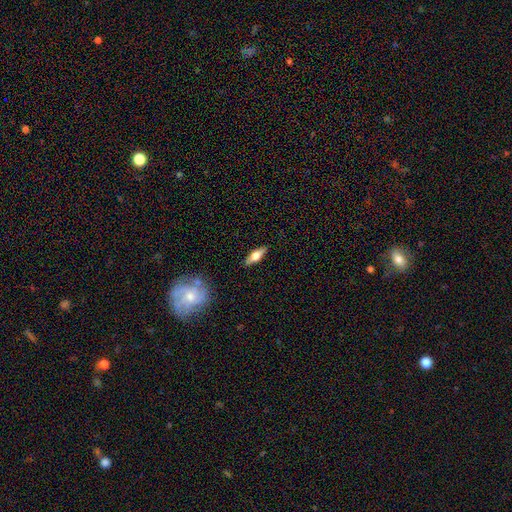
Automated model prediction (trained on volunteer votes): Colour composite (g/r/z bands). It shows a smooth galaxy with no disk features (50%) that is in between round and cigar-shaped (53%). Merging: none (87%).